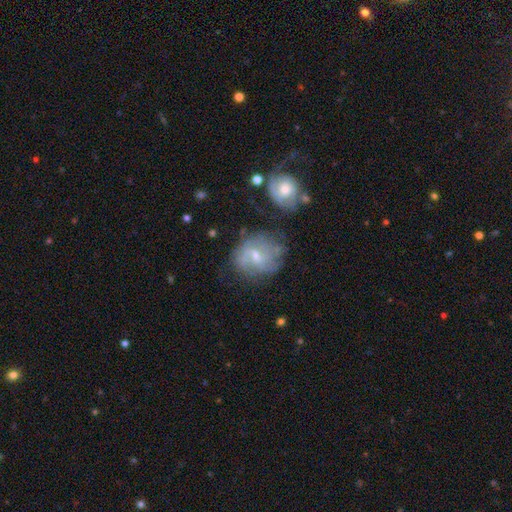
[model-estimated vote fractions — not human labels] The model was most divided on "bar" (2-way tie): weak: 46%, no: 46%, strong: 8%. More confident: edge-on disk — no (97%); spiral arms — yes (75%); smooth or featured — featured or disk (62%); merging — none (58%); bulge size — small (54%).